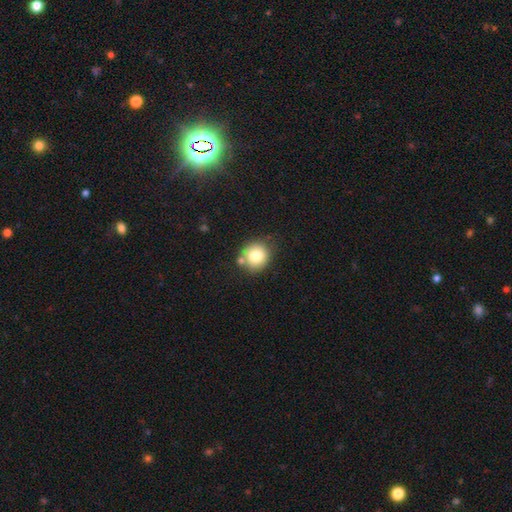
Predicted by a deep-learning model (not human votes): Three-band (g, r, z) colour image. It shows a smooth galaxy with no disk features (80%) that is round (86%). Merging: none (68%).